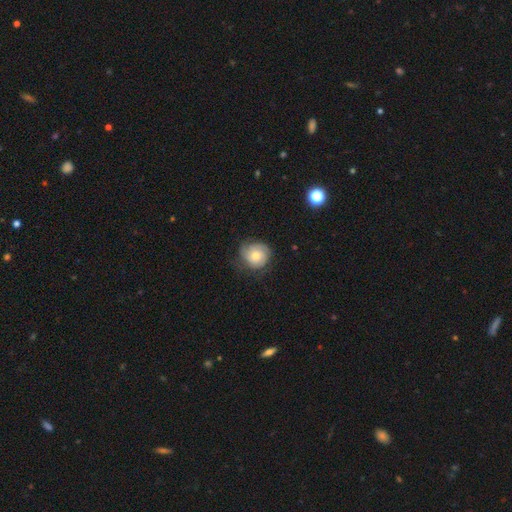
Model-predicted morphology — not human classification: Smooth or featured? featured or disk (57%)
Edge-on disk? no (98%)
Bar? no (81%)
Spiral arms? yes (89%)
Bulge size? moderate (56%)
Merging? none (69%)